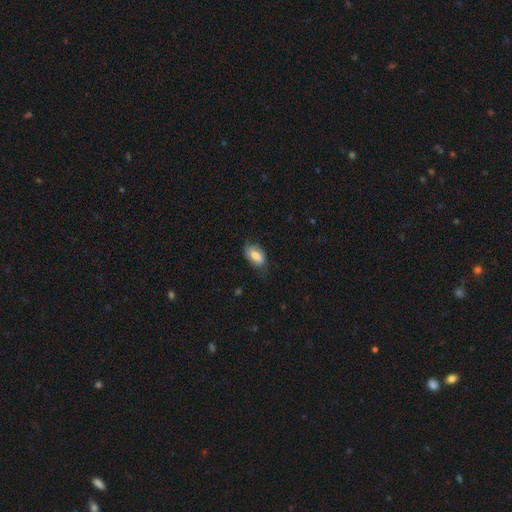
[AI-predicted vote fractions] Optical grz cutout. It shows a smooth galaxy with no disk features (70%) that is in between round and cigar-shaped (90%). Merging: none (66%).